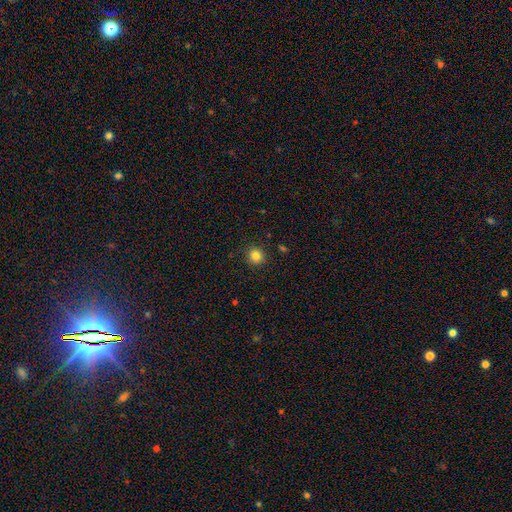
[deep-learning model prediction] Smooth or featured? Predicted: smooth (p=0.83). How rounded? Predicted: round (p=0.88). Merging? Predicted: none (p=0.89).